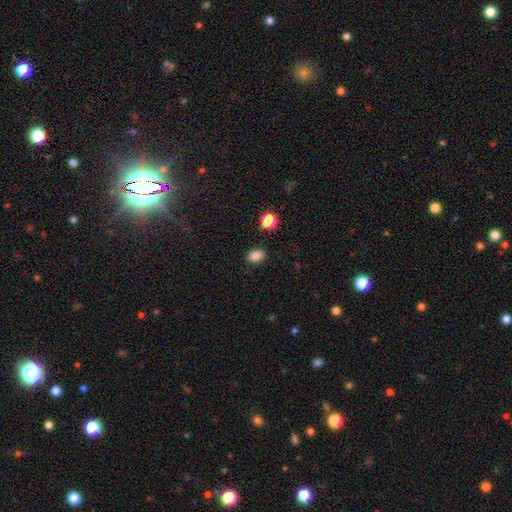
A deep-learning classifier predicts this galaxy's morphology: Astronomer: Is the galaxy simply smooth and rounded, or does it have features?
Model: smooth — 86%.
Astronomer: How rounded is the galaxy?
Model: in between — 72%.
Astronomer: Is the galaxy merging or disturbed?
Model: none — 87%.